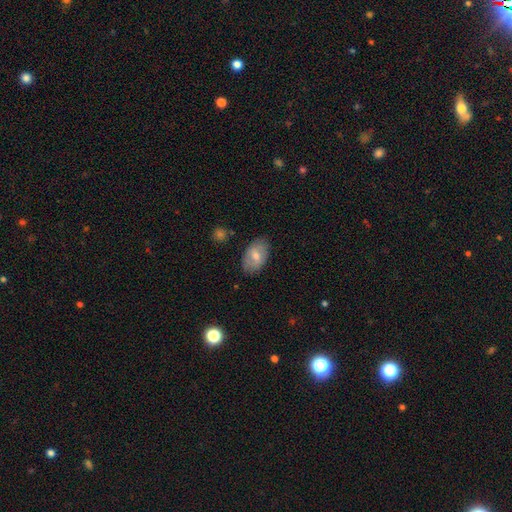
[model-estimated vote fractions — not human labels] Smooth or featured? smooth (61%)
How rounded? in between (91%)
Merging? none (84%)